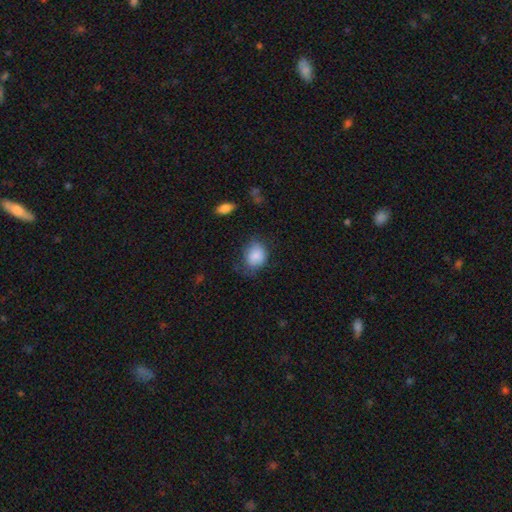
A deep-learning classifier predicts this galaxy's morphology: Overall: smooth (86%). How rounded: in between (50%; round 49%). Merging: none (56%; minor disturbance 31%).